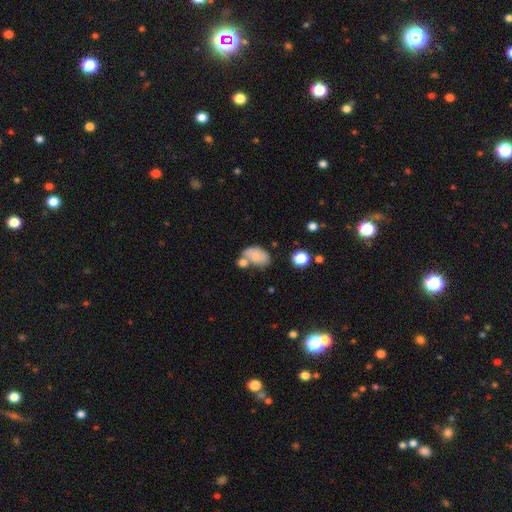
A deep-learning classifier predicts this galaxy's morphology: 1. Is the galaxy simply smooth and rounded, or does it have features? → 73% smooth, 19% featured or disk, 8% star or artifact.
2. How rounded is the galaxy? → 89% in between, 10% round, 1% cigar-shaped.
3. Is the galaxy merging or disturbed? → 36% none (tied), 36% merger (tied), 19% minor disturbance, 8% major disturbance.